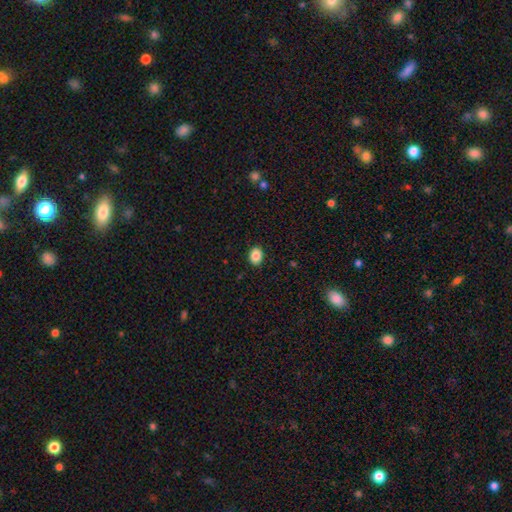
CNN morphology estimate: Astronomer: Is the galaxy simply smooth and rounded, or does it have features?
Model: smooth — 87%.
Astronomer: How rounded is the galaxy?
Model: in between — 60% (runner-up: round, 39%).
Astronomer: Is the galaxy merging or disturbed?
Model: none — 90%.